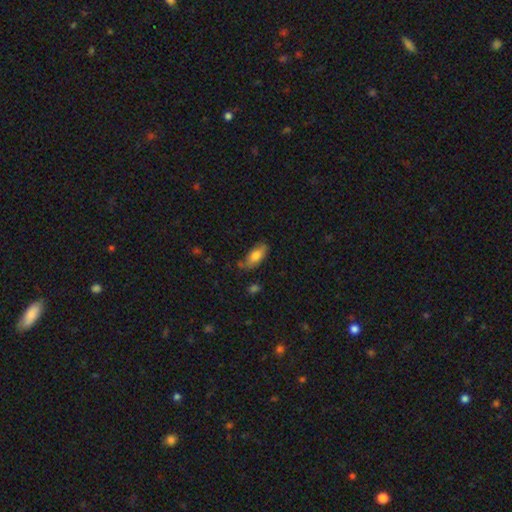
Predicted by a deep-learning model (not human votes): This appears to be a smooth galaxy with no disk features (73%) that is in between round and cigar-shaped (81%). Merging: none (67%).